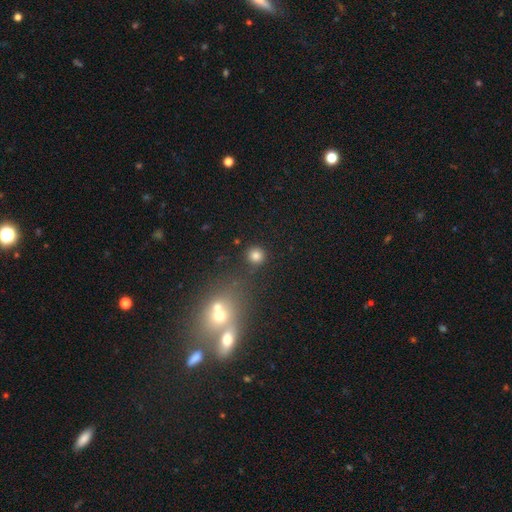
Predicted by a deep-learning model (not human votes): The model was most divided on "smooth or featured": smooth: 79%, star or artifact: 15%, featured or disk: 6%. More confident: how rounded — round (92%); merging — none (83%).